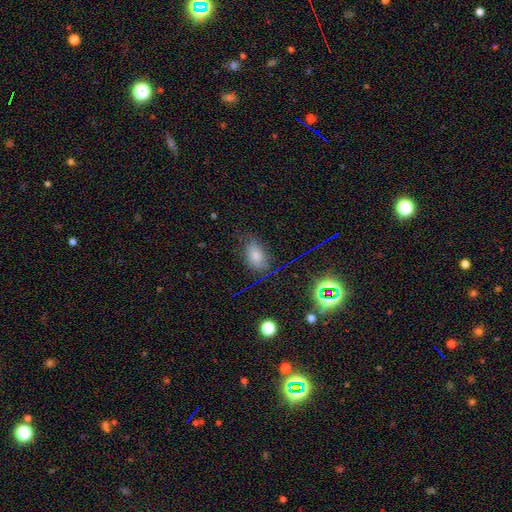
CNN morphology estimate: Smooth or featured: smooth — 69% (star or artifact — 18%)
How rounded: in between — 88% (round — 9%)
Merging: none — 66% (minor disturbance — 23%)